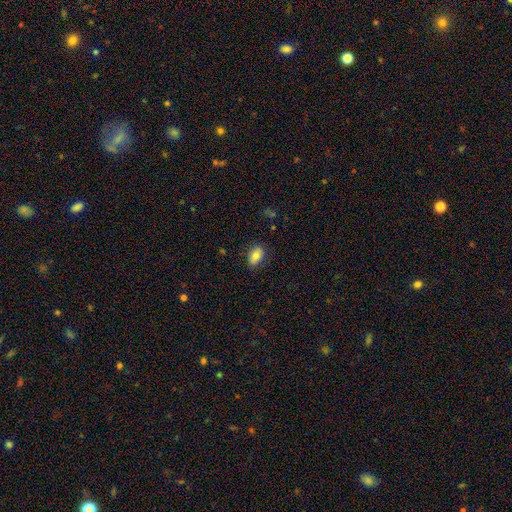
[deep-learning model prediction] Overall: smooth (74%). How rounded: in between (82%). Merging: none (82%).